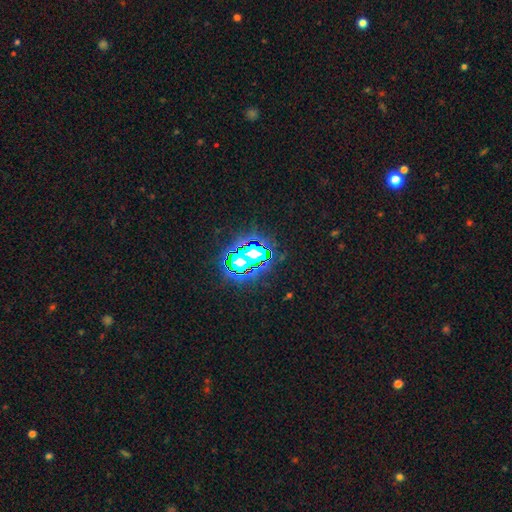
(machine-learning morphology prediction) This is likely a star or artifact rather than a galaxy (78%).